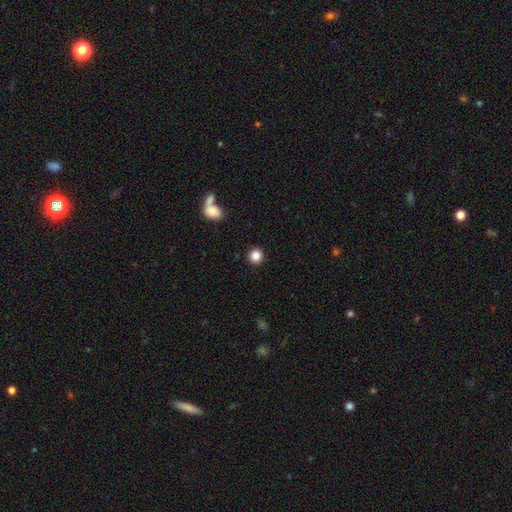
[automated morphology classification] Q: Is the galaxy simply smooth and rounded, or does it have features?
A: smooth — 86%.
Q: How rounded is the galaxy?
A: round — 93%.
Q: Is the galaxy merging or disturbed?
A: none — 92%.